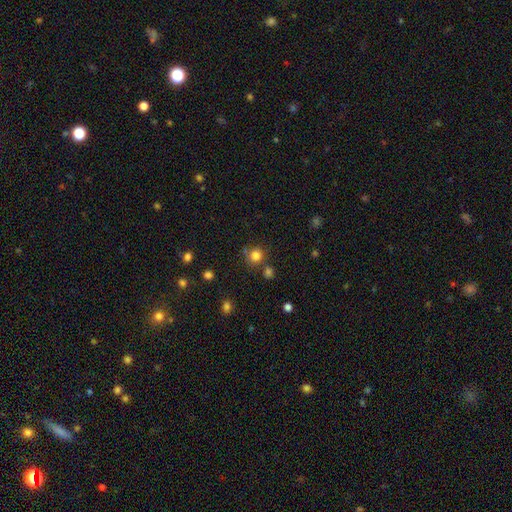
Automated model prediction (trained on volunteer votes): Morphology: type=smooth (81%); roundness=round (90%); merging=none (73%).